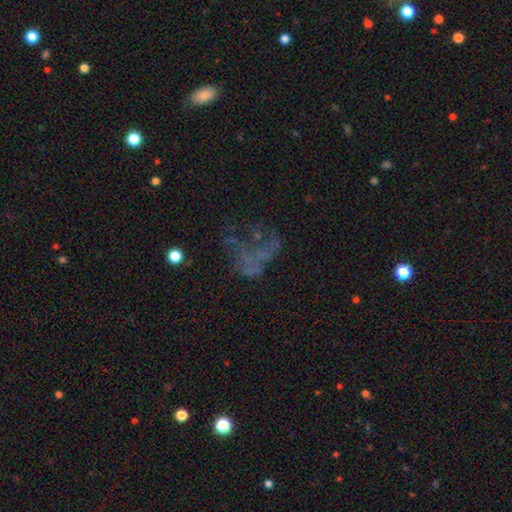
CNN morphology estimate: The model was most divided on "merging": major disturbance: 40%, none: 39%, minor disturbance: 15%, merger: 7%. Remaining: smooth or featured — featured or disk (42%).